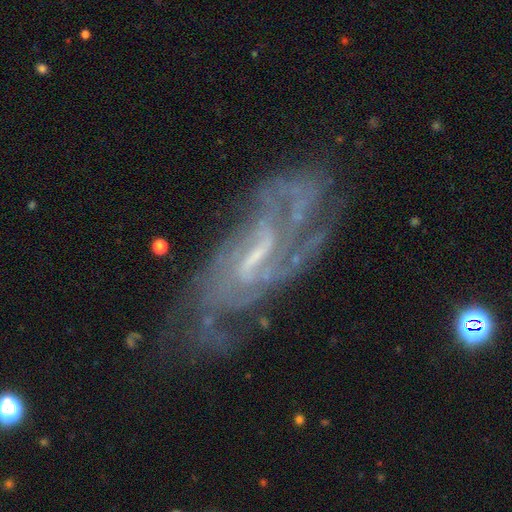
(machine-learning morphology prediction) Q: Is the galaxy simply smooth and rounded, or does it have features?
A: featured or disk — 85%.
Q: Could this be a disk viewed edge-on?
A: no — 91%.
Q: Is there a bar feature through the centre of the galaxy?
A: weak — 50%.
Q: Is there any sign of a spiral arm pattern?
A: yes — 92%.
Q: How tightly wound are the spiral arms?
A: tight — 46%.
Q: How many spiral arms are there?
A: can't tell — 39%.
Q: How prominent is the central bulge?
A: small — 51%.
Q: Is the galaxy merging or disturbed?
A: none — 62%.